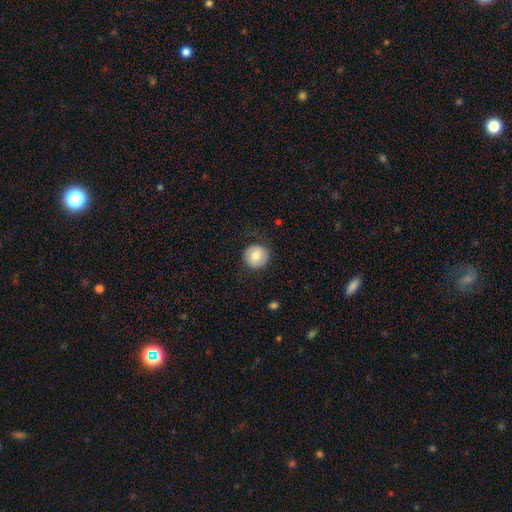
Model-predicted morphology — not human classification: Q: Smooth or featured?
A: smooth (76%); runner-up: featured or disk (16%)
Q: How rounded?
A: round (94%); runner-up: in between (5%)
Q: Merging?
A: none (84%); runner-up: minor disturbance (11%)